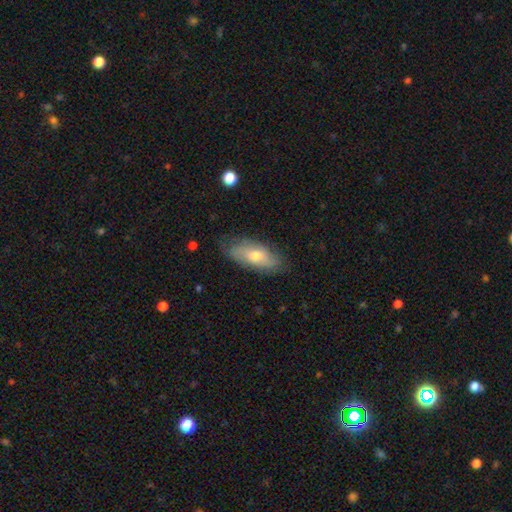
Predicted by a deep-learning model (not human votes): The model was most divided on "smooth or featured": smooth: 53%, featured or disk: 40%, star or artifact: 7%. More confident: how rounded — in between (81%); merging — none (74%).